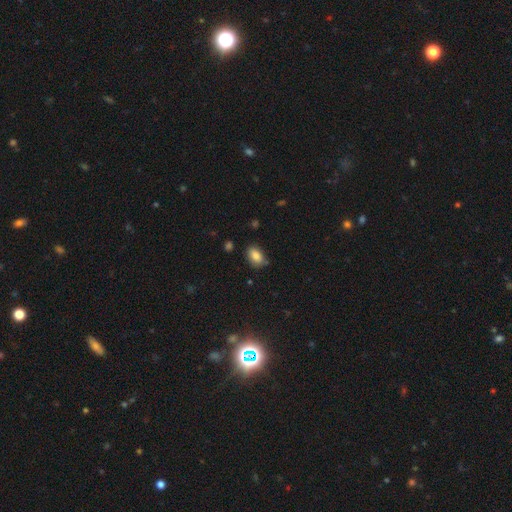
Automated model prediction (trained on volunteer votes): The model was most divided on "merging": none: 76%, minor disturbance: 18%, major disturbance: 3%, merger: 2%. More confident: how rounded — in between (88%); smooth or featured — smooth (85%).